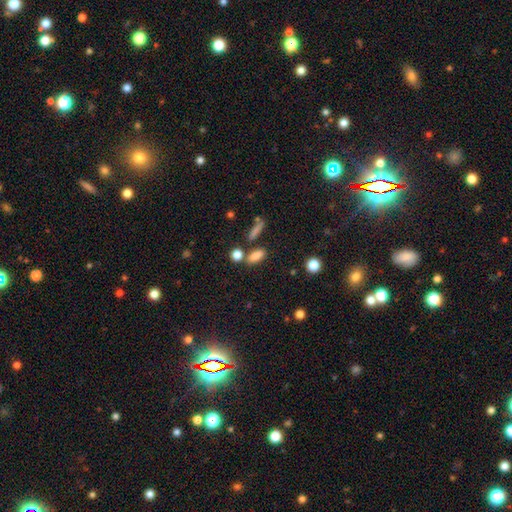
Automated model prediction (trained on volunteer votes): This appears to be a smooth galaxy with no disk features (81%) that is in between round and cigar-shaped (71%). Merging: none (69%).